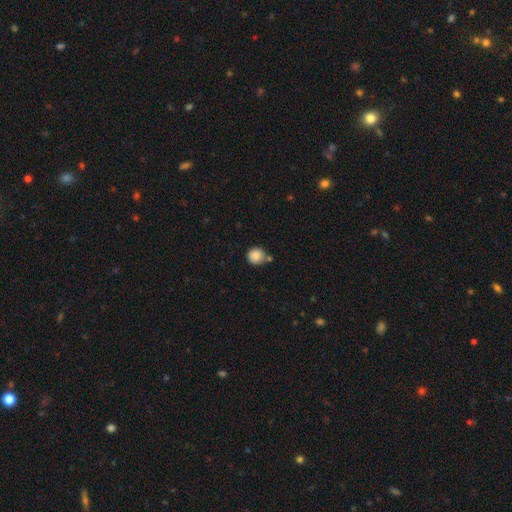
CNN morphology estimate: A smooth galaxy with no disk features (87%) that is round (90%).

Vote fractions:
- Smooth or featured? smooth: 87% / star or artifact: 9% / featured or disk: 5%
- How rounded? round: 90% / in between: 9% / cigar-shaped: 1%
- Merging? none: 68% / minor disturbance: 15% / merger: 14% / major disturbance: 4%